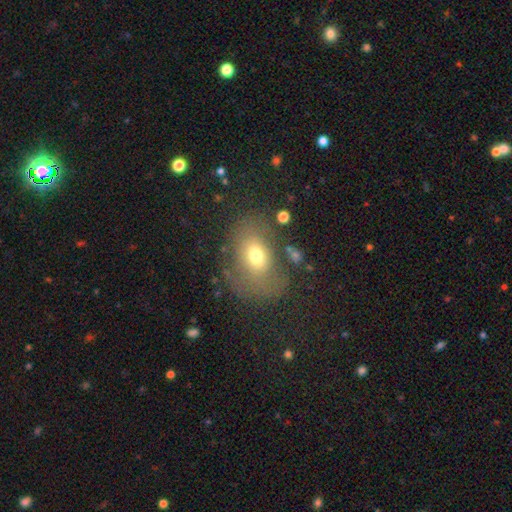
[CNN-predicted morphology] Overall: smooth (64%). How rounded: in between (74%). Merging: none (59%; minor disturbance 21%).